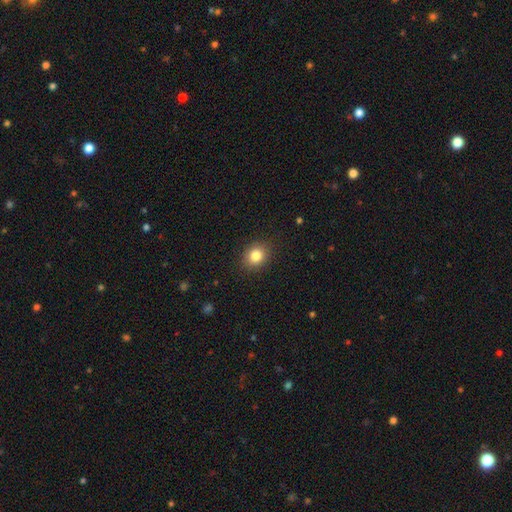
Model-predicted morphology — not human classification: smooth-or-featured: smooth: 83% | star or artifact: 10% | featured or disk: 7%
  how-rounded: round: 65% | in between: 34% | cigar-shaped: 1%
  merging: none: 88% | minor disturbance: 8% | major disturbance: 2% | merger: 1%